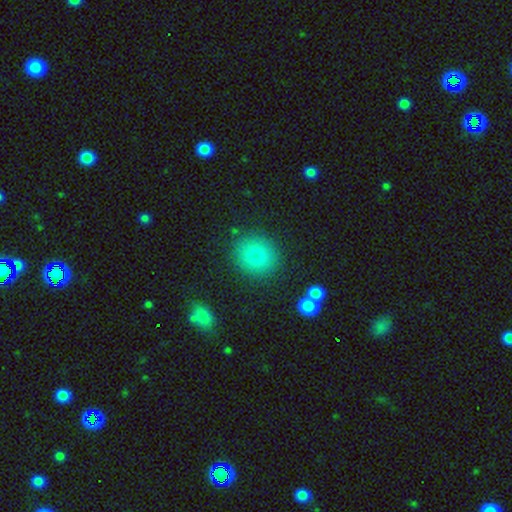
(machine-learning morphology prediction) This appears to be a smooth galaxy with no disk features (81%) that is round (85%). Merging: none (86%).